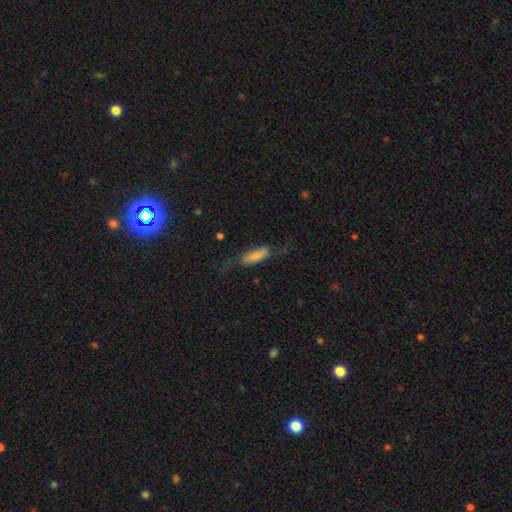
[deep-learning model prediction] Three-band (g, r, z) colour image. It shows a smooth galaxy with no disk features (71%) that is in between round and cigar-shaped (55%). Merging: none (56%).